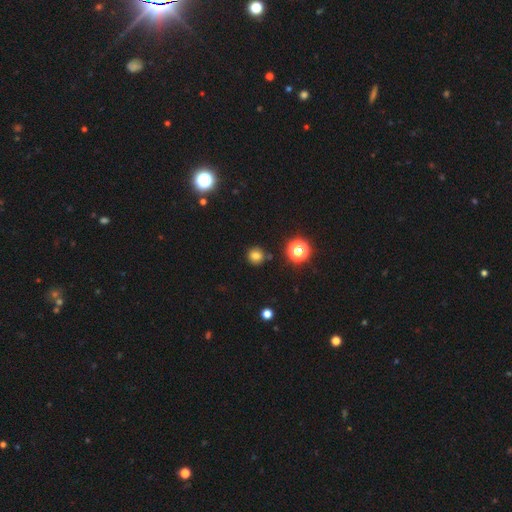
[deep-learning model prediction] Smooth or featured?
  - smooth: 77% *
  - star or artifact: 17%
  - featured or disk: 6%
How rounded?
  - round: 91% *
  - in between: 8%
  - cigar-shaped: 1%
Merging?
  - none: 84% *
  - minor disturbance: 9%
  - merger: 4%
  - major disturbance: 3%